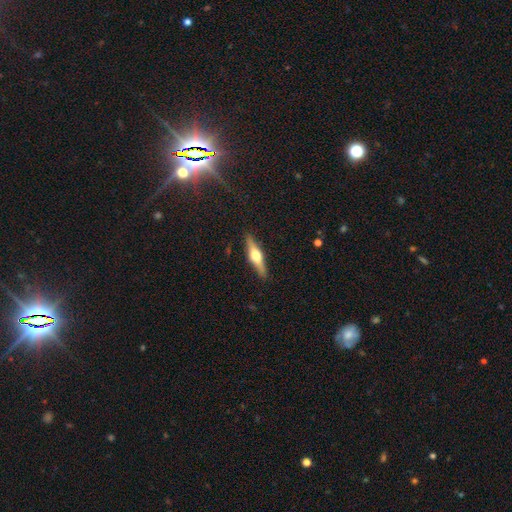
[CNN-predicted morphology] type=featured or disk (67%); edge-on=yes (97%); edge-on bulge=rounded (95%); merging=none (90%).